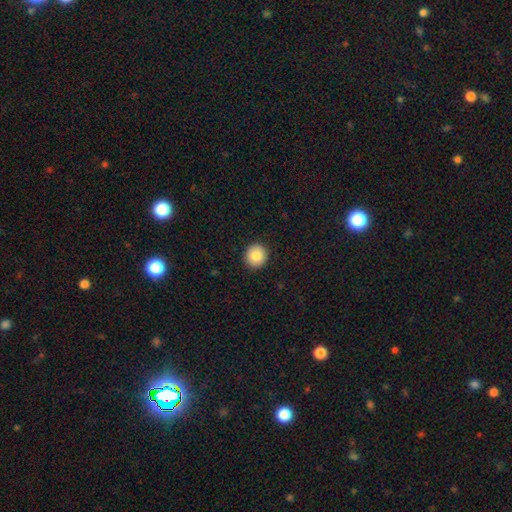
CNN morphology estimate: smooth 83%, star or artifact 9%, featured or disk 8%. Down the decision tree: how rounded — round (92%); merging — none (92%).